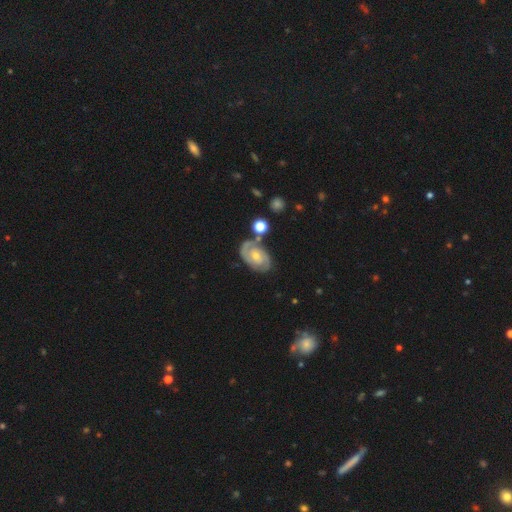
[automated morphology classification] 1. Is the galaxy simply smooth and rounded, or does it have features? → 85% featured or disk, 10% smooth, 5% star or artifact.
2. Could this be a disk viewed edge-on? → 97% no, 3% yes.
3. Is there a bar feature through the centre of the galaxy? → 62% no, 31% weak, 7% strong.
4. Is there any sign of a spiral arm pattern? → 96% yes, 4% no.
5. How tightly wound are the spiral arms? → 60% tight, 34% medium, 6% loose.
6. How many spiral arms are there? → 82% 2, 8% can't tell, 5% 3, 2% 1, 1% 4, 1% more than 4.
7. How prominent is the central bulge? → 51% small, 44% moderate, 2% none, 2% large, 1% dominant.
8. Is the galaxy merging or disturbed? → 72% none, 15% minor disturbance, 8% merger, 5% major disturbance.